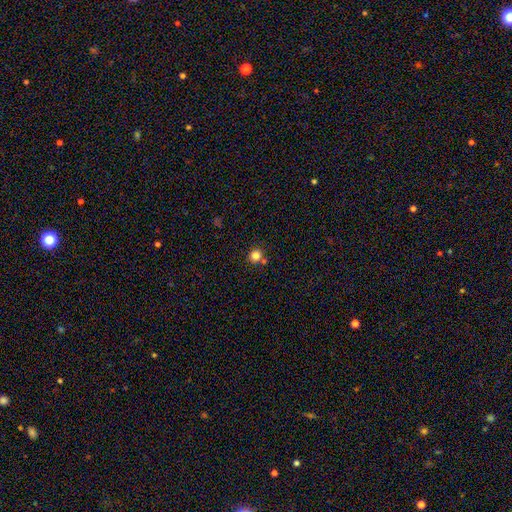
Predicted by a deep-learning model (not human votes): Overall: smooth (82%). How rounded: round (92%). Merging: none (75%).